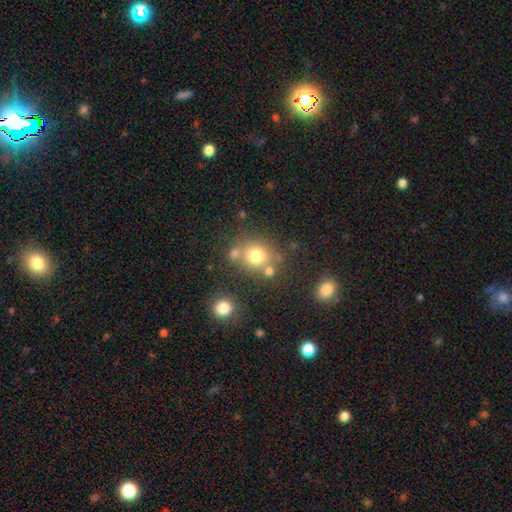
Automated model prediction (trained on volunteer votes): Smooth or featured?
  - smooth: 73% *
  - star or artifact: 15%
  - featured or disk: 12%
How rounded?
  - round: 82% *
  - in between: 17%
  - cigar-shaped: 1%
Merging?
  - none: 64% *
  - merger: 19%
  - minor disturbance: 11%
  - major disturbance: 5%